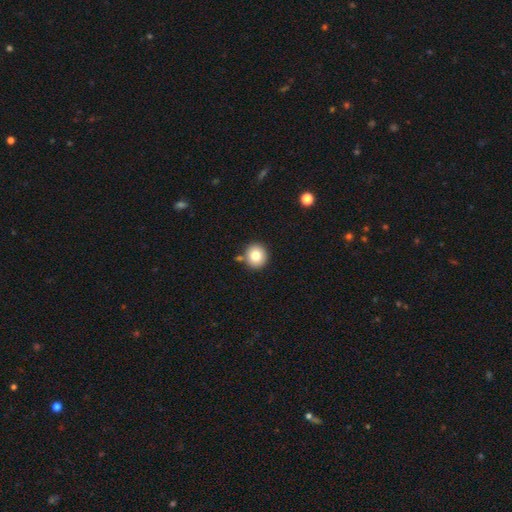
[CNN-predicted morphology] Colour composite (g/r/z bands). It shows a smooth galaxy with no disk features (80%) that is round (89%). Merging: none (81%).